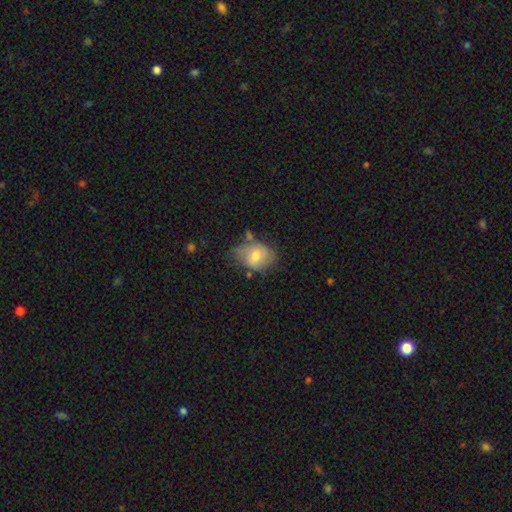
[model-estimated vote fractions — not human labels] Overall: smooth (56%; featured or disk 36%). How rounded: in between (66%; round 33%). Merging: none (41%; minor disturbance 35%).